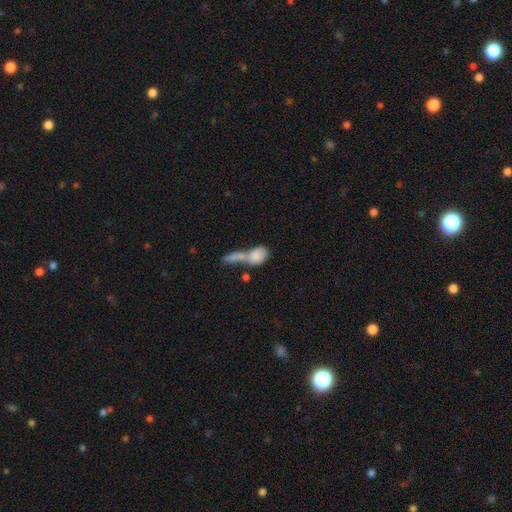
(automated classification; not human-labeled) Smooth or featured?
  - smooth: 79% *
  - featured or disk: 14%
  - star or artifact: 7%
How rounded?
  - in between: 69% *
  - round: 23%
  - cigar-shaped: 9%
Merging?
  - merger: 66% *
  - none: 19%
  - major disturbance: 8%
  - minor disturbance: 7%